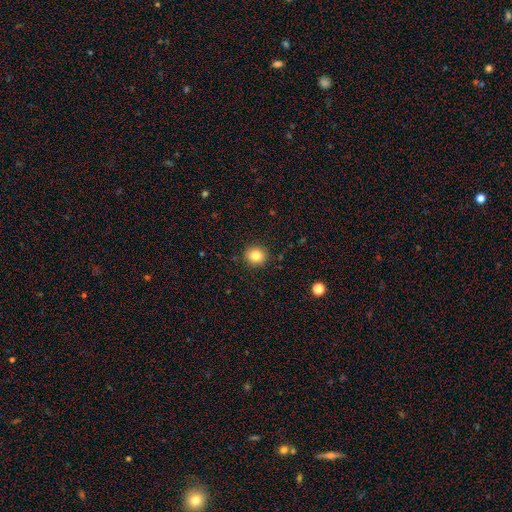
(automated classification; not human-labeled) This is clearly a smooth galaxy (83%). How rounded: clearly round (86%). Merging: clearly none (91%).